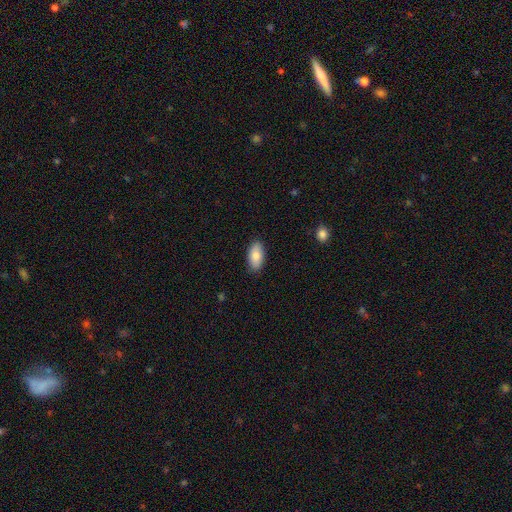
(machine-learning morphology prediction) A smooth galaxy with no disk features (81%) that is in between round and cigar-shaped (93%).

Vote fractions:
- Smooth or featured? smooth: 81% / featured or disk: 13% / star or artifact: 6%
- How rounded? in between: 93% / cigar-shaped: 4% / round: 3%
- Merging? none: 88% / minor disturbance: 9% / major disturbance: 2% / merger: 1%